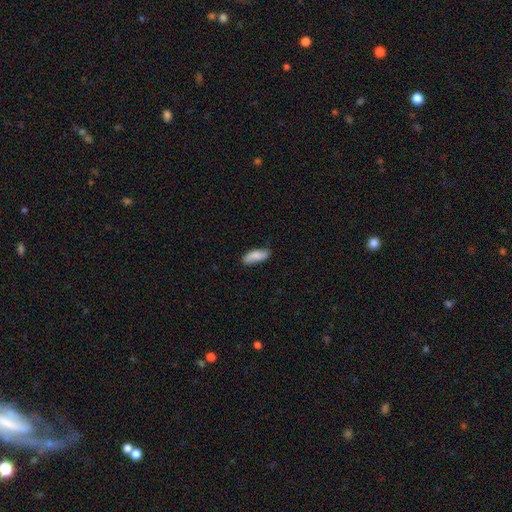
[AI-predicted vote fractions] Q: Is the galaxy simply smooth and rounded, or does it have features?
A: smooth — 81%.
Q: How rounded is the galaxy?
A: in between — 72%.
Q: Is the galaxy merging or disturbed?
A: none — 77%.